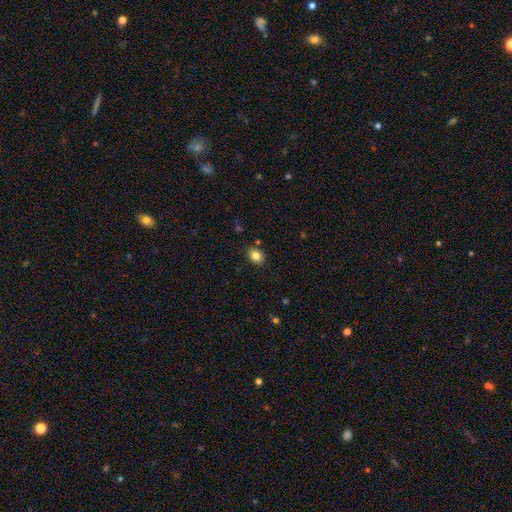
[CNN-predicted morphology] Smooth or featured?
  - smooth: 83% *
  - star or artifact: 10%
  - featured or disk: 7%
How rounded?
  - in between: 62% *
  - round: 37%
  - cigar-shaped: 1%
Merging?
  - none: 86% *
  - minor disturbance: 10%
  - major disturbance: 2%
  - merger: 2%